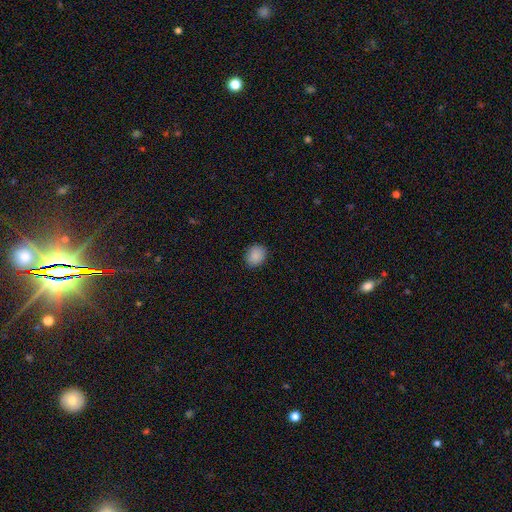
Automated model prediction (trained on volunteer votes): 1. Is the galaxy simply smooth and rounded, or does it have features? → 88% smooth, 9% star or artifact, 4% featured or disk.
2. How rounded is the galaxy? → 57% round, 43% in between, 1% cigar-shaped.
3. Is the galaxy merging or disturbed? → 88% none, 9% minor disturbance, 2% major disturbance, 1% merger.